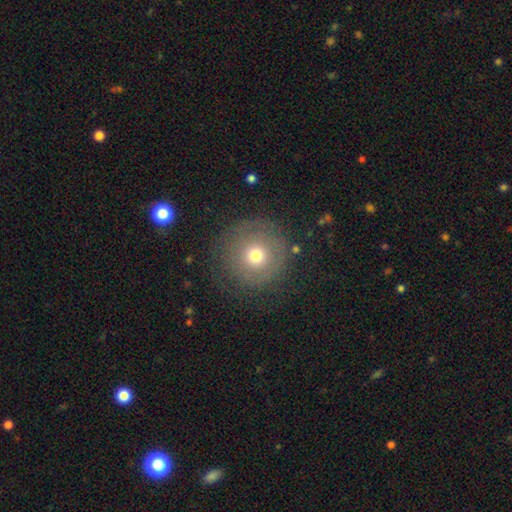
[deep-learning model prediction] Smooth or featured? Predicted: smooth (p=0.64). How rounded? Predicted: round (p=0.95). Merging? Predicted: none (p=0.78).